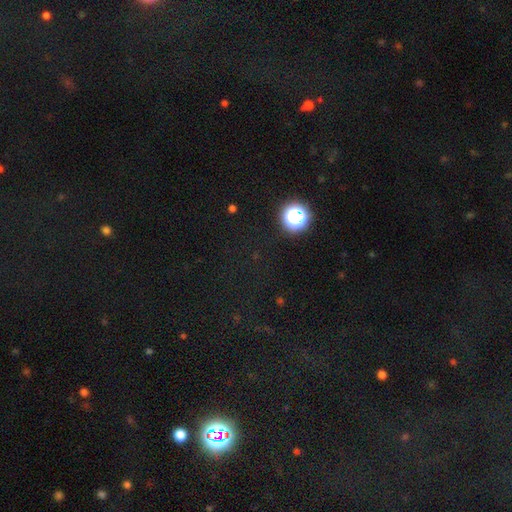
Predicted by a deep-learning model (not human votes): Morphology: type=star or artifact (73%).